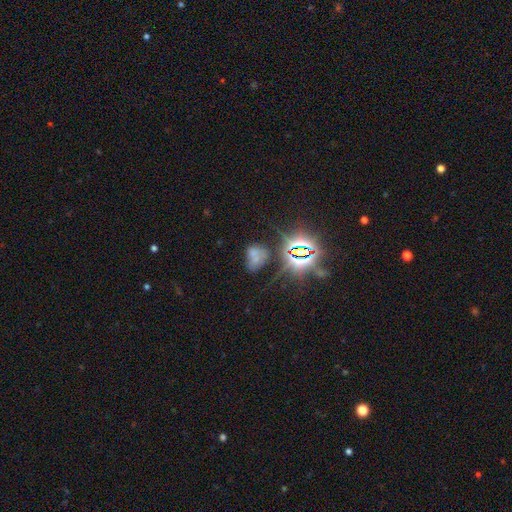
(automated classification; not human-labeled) Smooth or featured? smooth (46%)
Merging? none (41%)